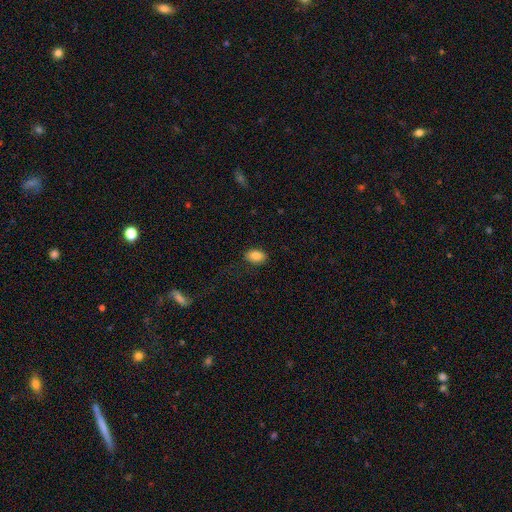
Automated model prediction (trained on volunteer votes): A smooth galaxy with no disk features (86%) that is in between round and cigar-shaped (86%).

Vote fractions:
- Smooth or featured? smooth: 86% / star or artifact: 8% / featured or disk: 6%
- How rounded? in between: 86% / round: 12% / cigar-shaped: 1%
- Merging? none: 86% / minor disturbance: 10% / major disturbance: 3% / merger: 1%